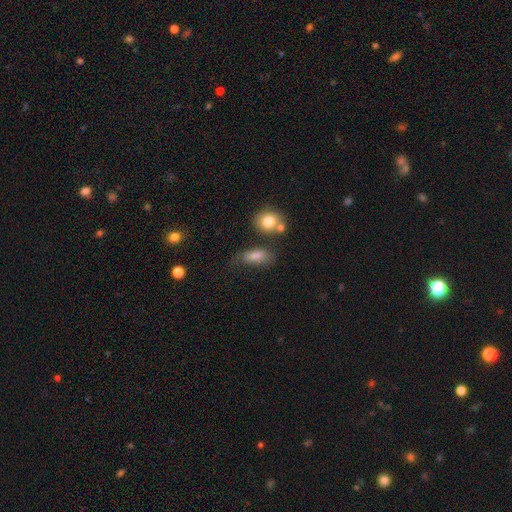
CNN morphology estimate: A smooth galaxy with no disk features (75%) that is in between round and cigar-shaped (80%).

Vote fractions:
- Smooth or featured? smooth: 75% / featured or disk: 14% / star or artifact: 11%
- How rounded? in between: 80% / cigar-shaped: 11% / round: 9%
- Merging? none: 47% / minor disturbance: 28% / major disturbance: 15% / merger: 10%